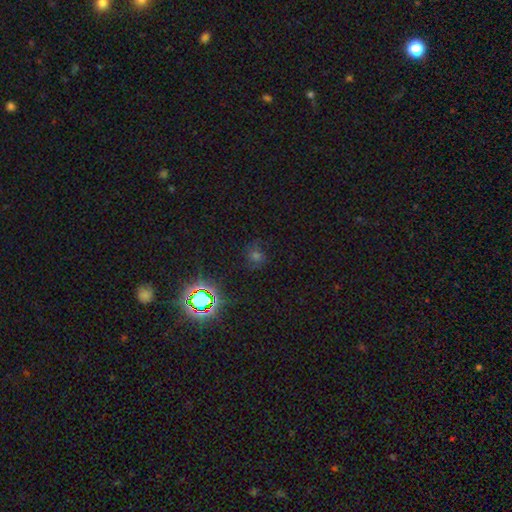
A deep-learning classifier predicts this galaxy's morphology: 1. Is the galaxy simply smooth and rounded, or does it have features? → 50% star or artifact, 37% smooth, 13% featured or disk.